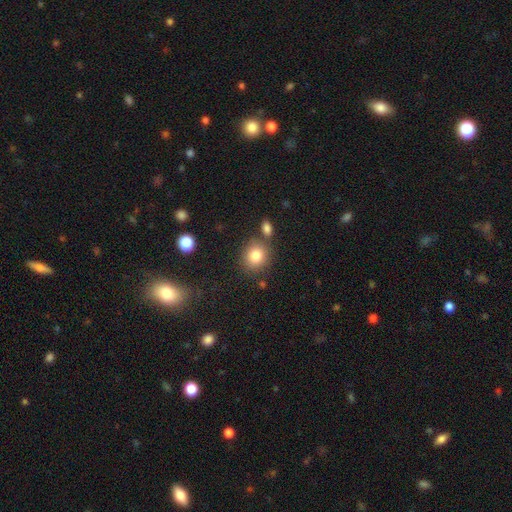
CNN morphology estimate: Q: Smooth or featured?
A: smooth (83%); runner-up: star or artifact (10%)
Q: How rounded?
A: round (77%); runner-up: in between (22%)
Q: Merging?
A: none (73%); runner-up: merger (12%)